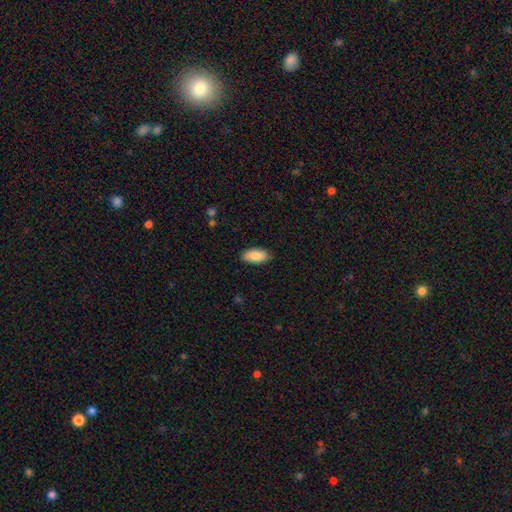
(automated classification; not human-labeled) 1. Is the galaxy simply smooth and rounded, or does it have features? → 86% smooth, 8% featured or disk, 6% star or artifact.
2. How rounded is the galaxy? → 91% in between, 7% cigar-shaped, 2% round.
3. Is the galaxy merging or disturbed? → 86% none, 11% minor disturbance, 2% major disturbance, 1% merger.